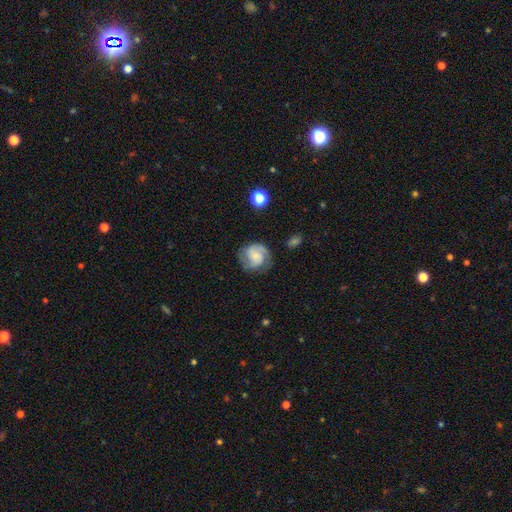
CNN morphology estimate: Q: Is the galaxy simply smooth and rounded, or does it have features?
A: featured or disk — 74%.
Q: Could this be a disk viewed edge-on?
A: no — 98%.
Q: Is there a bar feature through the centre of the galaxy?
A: no — 58%.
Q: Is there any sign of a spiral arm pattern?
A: yes — 95%.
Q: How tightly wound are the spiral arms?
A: medium — 46%.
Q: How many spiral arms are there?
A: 2 — 69%.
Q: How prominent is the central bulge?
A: small — 55%.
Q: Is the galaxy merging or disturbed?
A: none — 75%.